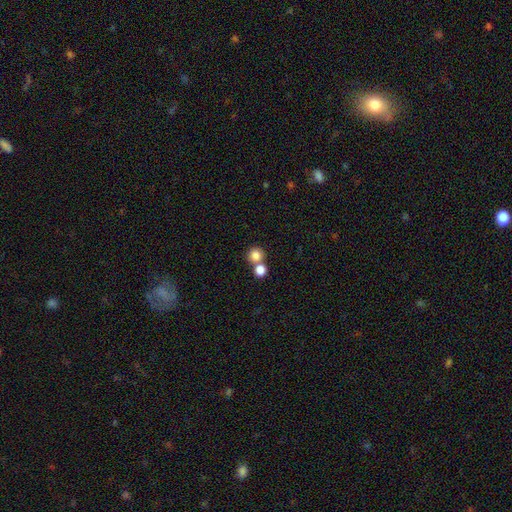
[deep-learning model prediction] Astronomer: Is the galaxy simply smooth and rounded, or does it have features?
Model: smooth — 82%.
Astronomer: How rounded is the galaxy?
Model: round — 91%.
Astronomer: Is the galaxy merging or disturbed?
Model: none — 56% (runner-up: merger, 35%).